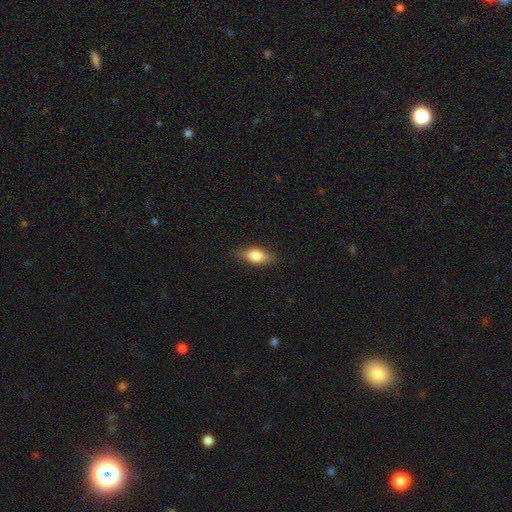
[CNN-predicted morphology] Smooth or featured? smooth (72%)
How rounded? in between (73%)
Merging? none (82%)